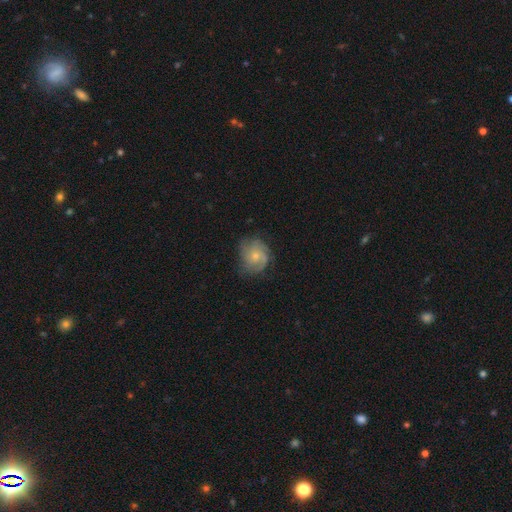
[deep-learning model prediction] Morphology: type=featured or disk (60%); edge-on=no (98%); bar=no (81%); spiral arms=yes (87%); winding=tight (46%); arm count=3 (32%); bulge=small (58%); merging=none (65%).